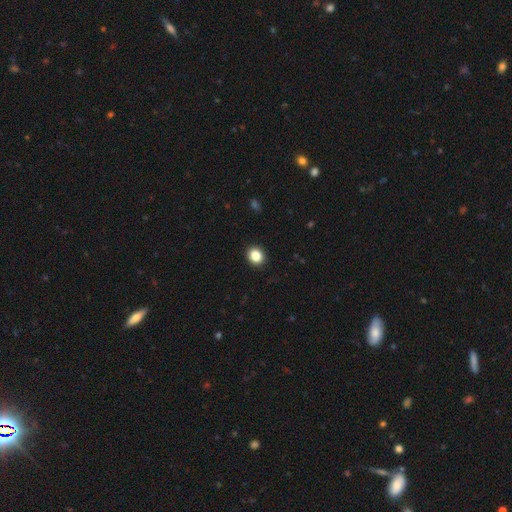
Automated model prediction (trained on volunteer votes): Q: Smooth or featured?
A: smooth (86%); runner-up: star or artifact (10%)
Q: How rounded?
A: round (70%); runner-up: in between (30%)
Q: Merging?
A: none (92%); runner-up: minor disturbance (5%)